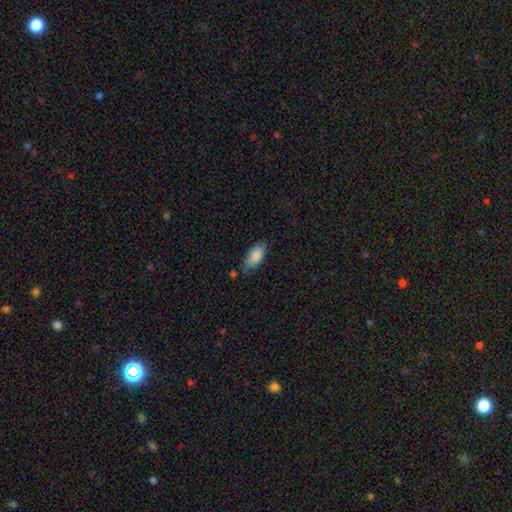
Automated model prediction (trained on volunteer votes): Smooth or featured? Predicted: smooth (p=0.86). How rounded? Predicted: in between (p=0.90). Merging? Predicted: none (p=0.62).